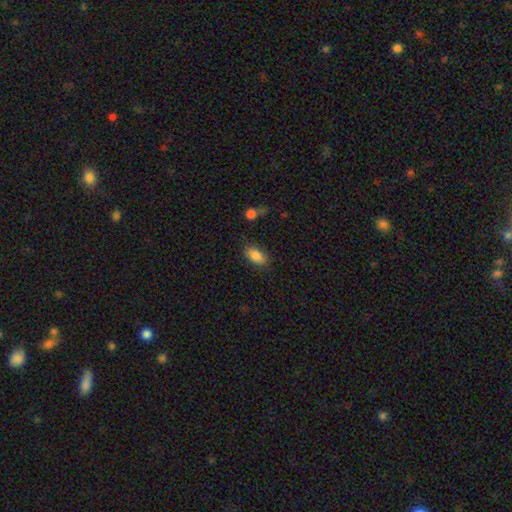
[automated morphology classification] A smooth galaxy with no disk features (85%) that is in between round and cigar-shaped (90%). Merging: none (80%).